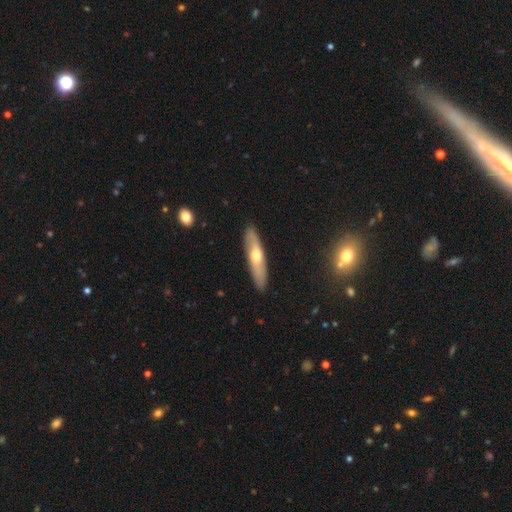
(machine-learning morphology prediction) smooth-or-featured: featured or disk: 53% | smooth: 41% | star or artifact: 6%
  disk-edge-on: yes: 66% | no: 34%
  merging: none: 88% | minor disturbance: 9% | major disturbance: 2% | merger: 1%